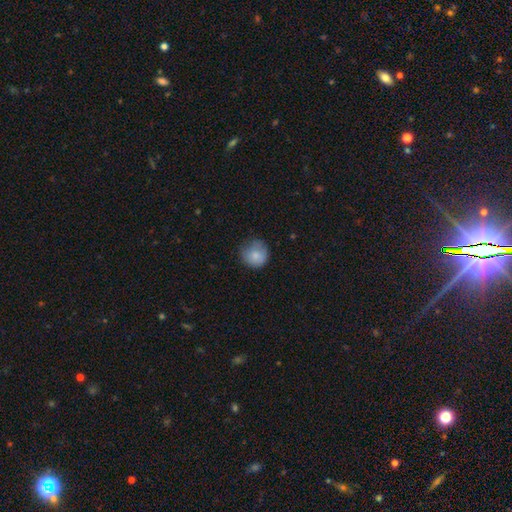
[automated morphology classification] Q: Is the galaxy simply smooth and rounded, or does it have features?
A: smooth — 82%.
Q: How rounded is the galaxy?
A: round — 90%.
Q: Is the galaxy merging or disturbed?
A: none — 68%.